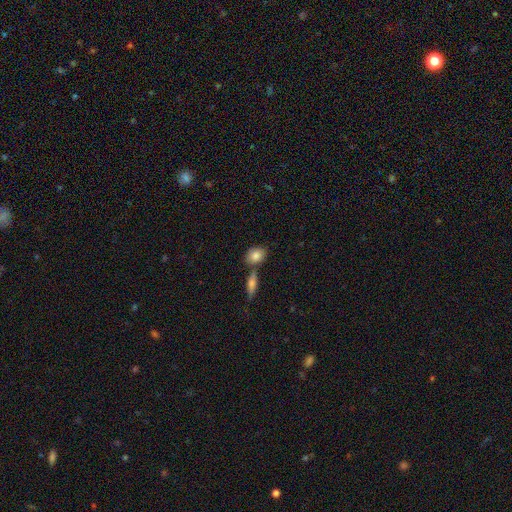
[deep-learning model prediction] Smooth or featured? Predicted: smooth (p=0.83). How rounded? Predicted: in between (p=0.67). Merging? Predicted: none (p=0.61).